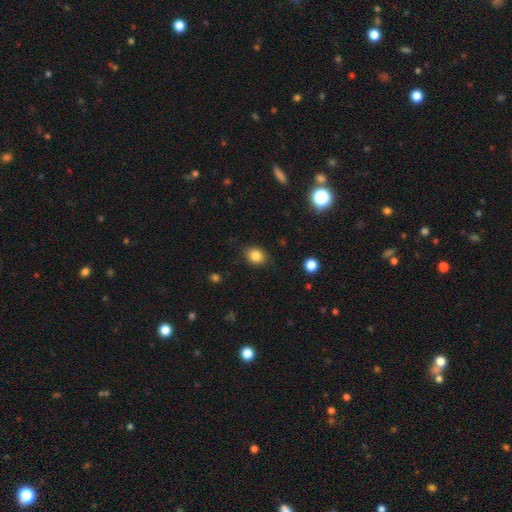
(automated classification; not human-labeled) smooth 84%, star or artifact 10%, featured or disk 6%. Down the decision tree: how rounded — in between (57%); merging — none (85%).